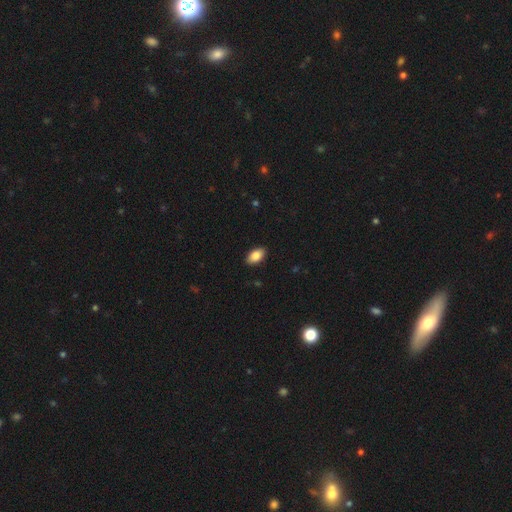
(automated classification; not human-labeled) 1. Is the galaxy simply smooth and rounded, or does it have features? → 87% smooth, 7% star or artifact, 6% featured or disk.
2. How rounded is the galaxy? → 94% in between, 4% round, 2% cigar-shaped.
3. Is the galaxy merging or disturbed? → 89% none, 8% minor disturbance, 2% major disturbance, 1% merger.